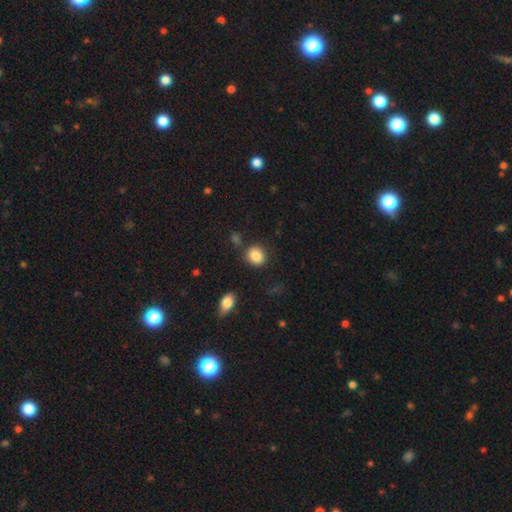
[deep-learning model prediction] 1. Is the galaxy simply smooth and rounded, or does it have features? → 86% smooth, 9% star or artifact, 5% featured or disk.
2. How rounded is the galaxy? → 68% round, 31% in between, 1% cigar-shaped.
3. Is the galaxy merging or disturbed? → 81% none, 11% minor disturbance, 5% merger, 4% major disturbance.